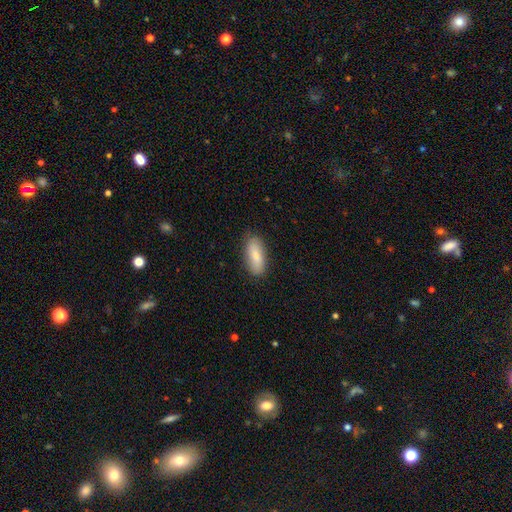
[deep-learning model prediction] smooth-or-featured: smooth: 83% | featured or disk: 11% | star or artifact: 6%
  how-rounded: in between: 79% | cigar-shaped: 18% | round: 2%
  merging: none: 83% | minor disturbance: 13% | major disturbance: 3% | merger: 1%